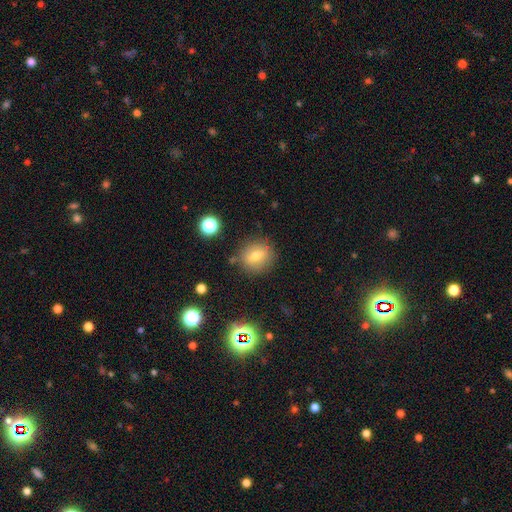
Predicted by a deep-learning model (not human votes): A smooth galaxy with no disk features (67%) that is round (77%). Merging: none (82%).